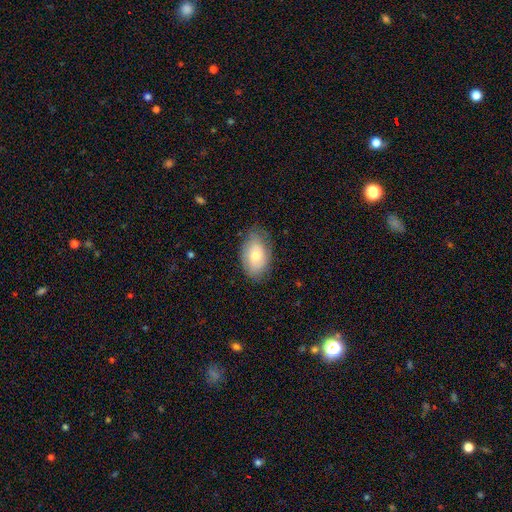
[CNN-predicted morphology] A smooth galaxy with no disk features (67%) that is in between round and cigar-shaped (91%). Merging: none (73%).